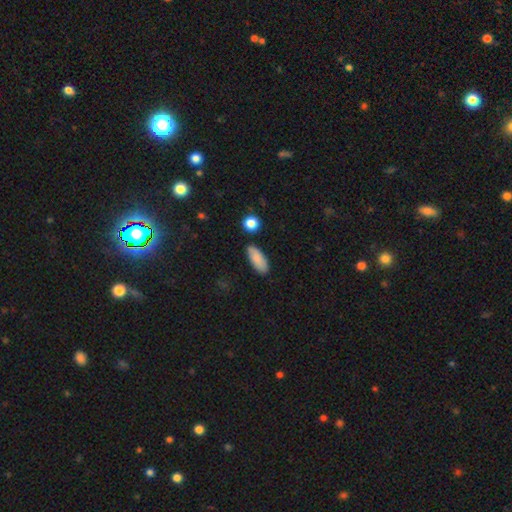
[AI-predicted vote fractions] The model was most divided on "how rounded": in between: 81%, cigar-shaped: 16%, round: 2%. More confident: smooth or featured — smooth (87%); merging — none (81%).